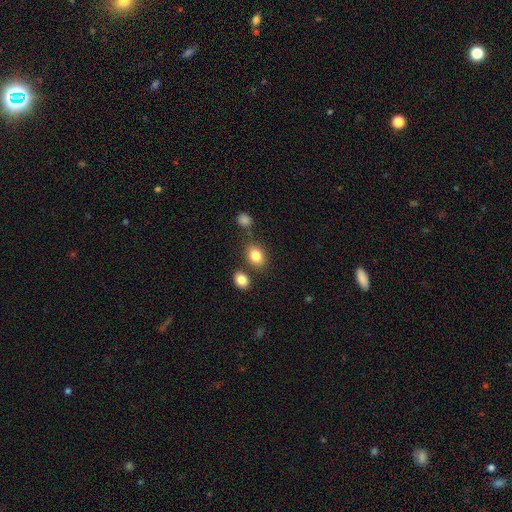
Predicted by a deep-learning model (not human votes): smooth-or-featured: smooth: 84% | star or artifact: 9% | featured or disk: 7%
  how-rounded: in between: 69% | round: 30% | cigar-shaped: 1%
  merging: none: 71% | merger: 14% | minor disturbance: 12% | major disturbance: 4%